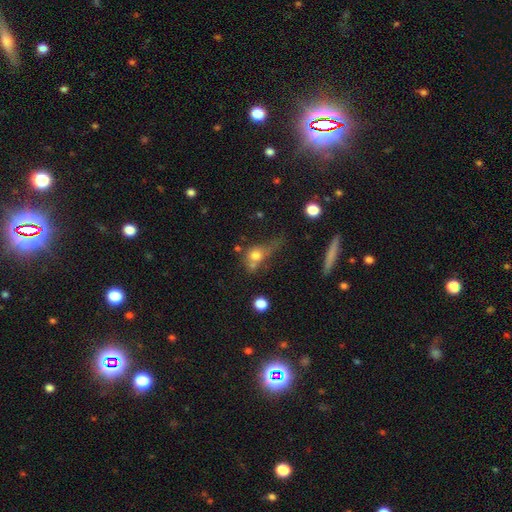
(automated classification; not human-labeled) A smooth galaxy with no disk features (69%) that is round (55%).

Vote fractions:
- Smooth or featured? smooth: 69% / featured or disk: 19% / star or artifact: 13%
- How rounded? round: 55% / in between: 39% / cigar-shaped: 6%
- Merging? none: 28% / merger: 25% / major disturbance: 25% / minor disturbance: 21%